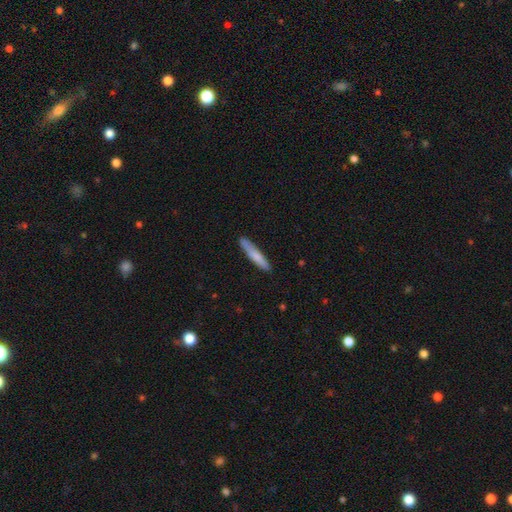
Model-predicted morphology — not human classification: Q: Smooth or featured?
A: smooth (72%); runner-up: featured or disk (22%)
Q: How rounded?
A: cigar-shaped (93%); runner-up: in between (6%)
Q: Merging?
A: none (85%); runner-up: minor disturbance (11%)